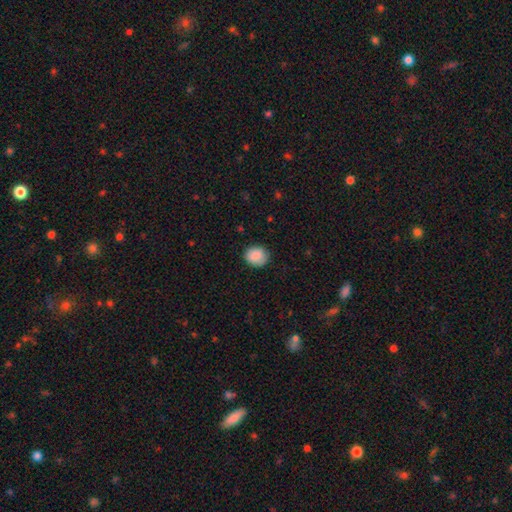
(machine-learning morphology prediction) Smooth or featured? Predicted: smooth (p=0.88). How rounded? Predicted: round (p=0.77). Merging? Predicted: none (p=0.83).